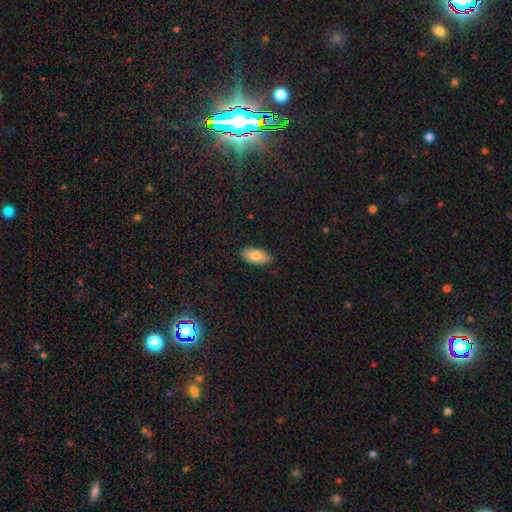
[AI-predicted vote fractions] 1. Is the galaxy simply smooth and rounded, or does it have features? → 81% smooth, 12% featured or disk, 7% star or artifact.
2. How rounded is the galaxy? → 92% in between, 6% cigar-shaped, 2% round.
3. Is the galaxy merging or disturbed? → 88% none, 10% minor disturbance, 2% major disturbance, 1% merger.